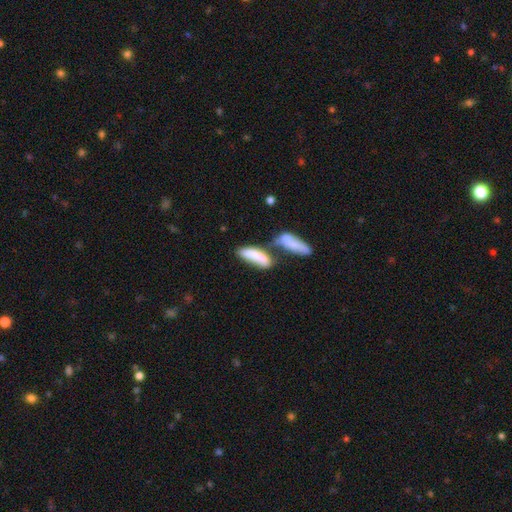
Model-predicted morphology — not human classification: Overall: smooth (77%). How rounded: cigar-shaped (51%; in between 47%). Merging: merger (55%; none 23%).